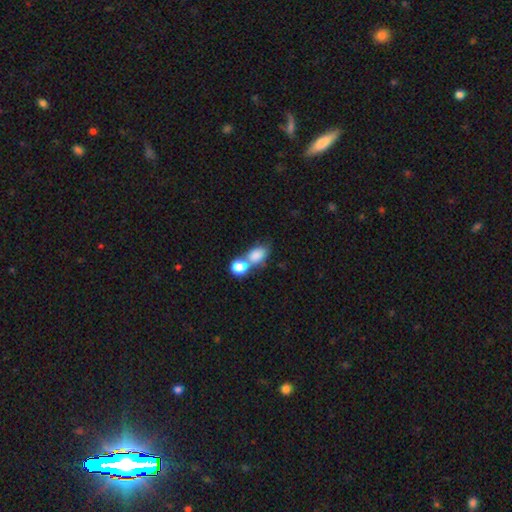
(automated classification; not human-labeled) smooth_or_featured: smooth (p=0.81) [alt: featured or disk p=0.10]
how_rounded: in between (p=0.72) [alt: round p=0.25]
merging: merger (p=0.57) [alt: none p=0.28]